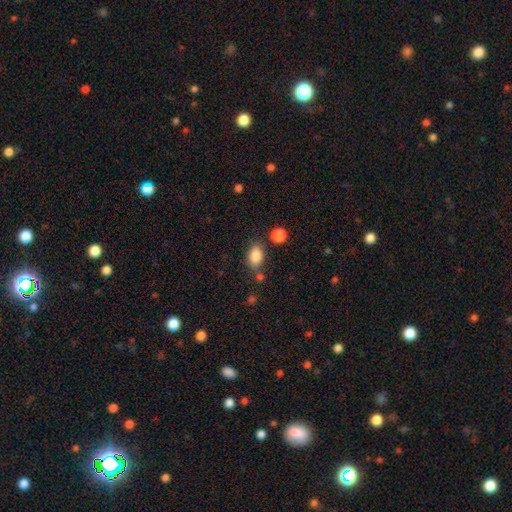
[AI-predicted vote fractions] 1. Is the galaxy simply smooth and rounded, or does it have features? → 85% smooth, 9% star or artifact, 6% featured or disk.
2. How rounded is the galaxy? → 83% in between, 15% round, 2% cigar-shaped.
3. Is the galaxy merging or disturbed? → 73% none, 15% minor disturbance, 8% merger, 4% major disturbance.